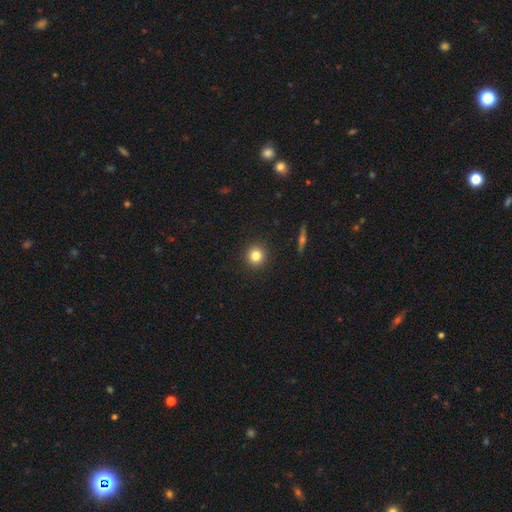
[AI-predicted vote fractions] The model was most divided on "smooth or featured": smooth: 81%, star or artifact: 11%, featured or disk: 8%. More confident: how rounded — round (94%); merging — none (92%).